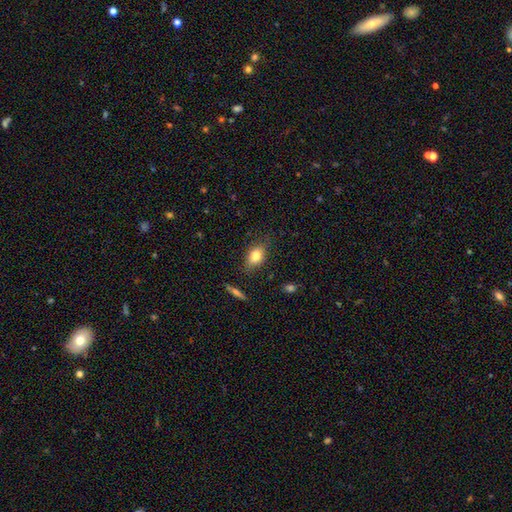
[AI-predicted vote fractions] smooth 78%, featured or disk 13%, star or artifact 9%. Down the decision tree: how rounded — in between (76%); merging — none (78%).